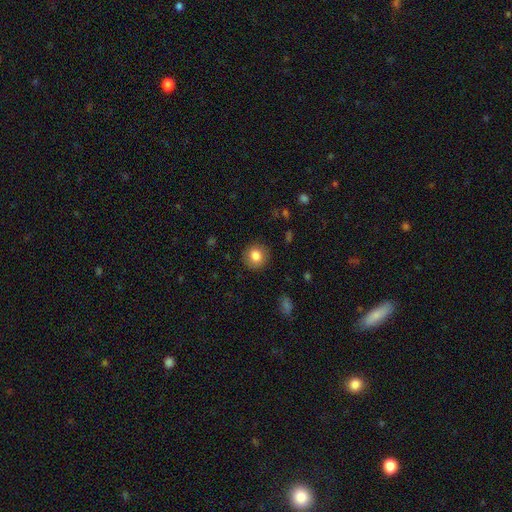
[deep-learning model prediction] Smooth or featured?
  - smooth: 83% *
  - star or artifact: 9%
  - featured or disk: 8%
How rounded?
  - round: 89% *
  - in between: 10%
  - cigar-shaped: 1%
Merging?
  - none: 89% *
  - minor disturbance: 7%
  - major disturbance: 2%
  - merger: 1%